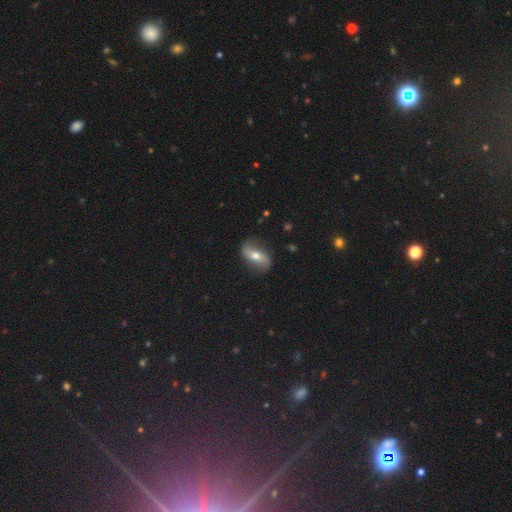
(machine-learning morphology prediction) This is possibly a featured or disk galaxy (56%). It is clearly not viewed edge-on (88%). Merging: likely none (77%).